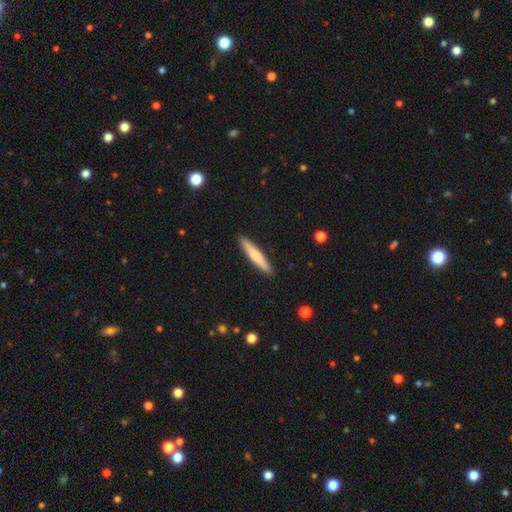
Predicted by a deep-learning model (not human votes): This appears to be a smooth galaxy with no disk features (63%) that is cigar-shaped (93%). Merging: none (92%).